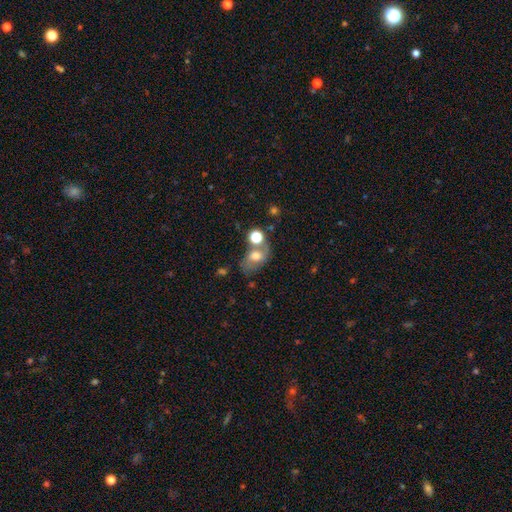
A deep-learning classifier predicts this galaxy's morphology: A smooth galaxy with no disk features (58%) that is in between round and cigar-shaped (75%).

Vote fractions:
- Smooth or featured? smooth: 58% / featured or disk: 29% / star or artifact: 13%
- How rounded? in between: 75% / round: 23% / cigar-shaped: 2%
- Merging? none: 44% / merger: 25% / minor disturbance: 19% / major disturbance: 12%